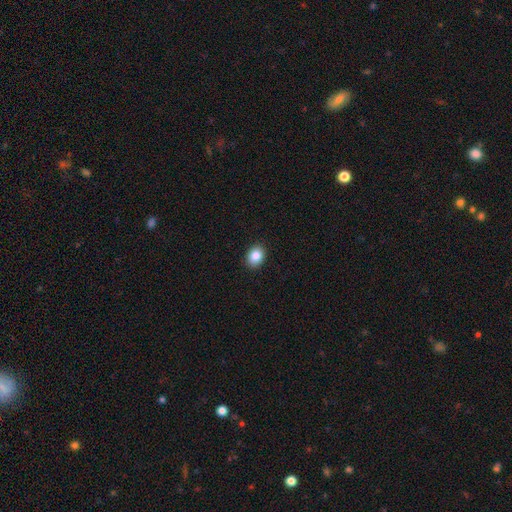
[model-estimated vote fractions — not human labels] smooth_or_featured: smooth (p=0.86) [alt: star or artifact p=0.09]
how_rounded: in between (p=0.60) [alt: round p=0.39]
merging: none (p=0.91) [alt: minor disturbance p=0.06]